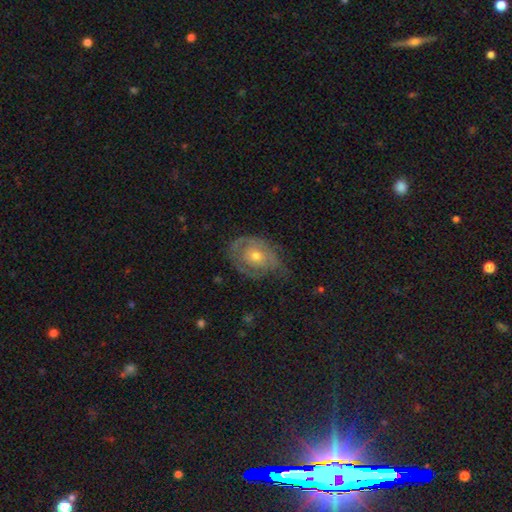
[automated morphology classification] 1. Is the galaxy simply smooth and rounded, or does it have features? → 67% featured or disk, 25% smooth, 8% star or artifact.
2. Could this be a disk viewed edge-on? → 96% no, 4% yes.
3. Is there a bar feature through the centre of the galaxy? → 83% no, 15% weak, 3% strong.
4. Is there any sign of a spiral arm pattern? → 75% yes, 25% no.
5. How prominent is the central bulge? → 55% moderate, 40% small, 3% large, 1% none, 1% dominant.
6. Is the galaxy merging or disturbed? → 52% none, 29% minor disturbance, 17% major disturbance, 2% merger.